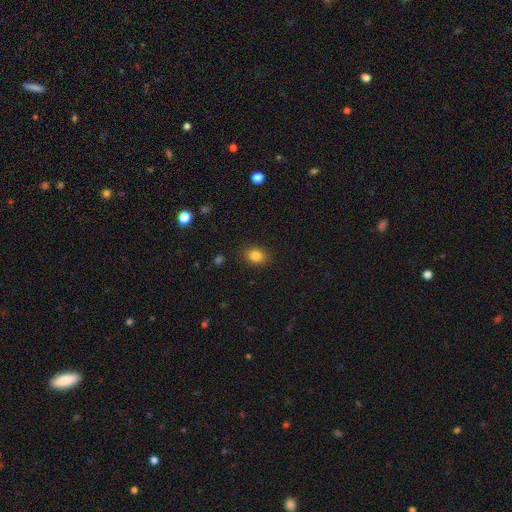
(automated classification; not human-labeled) smooth_or_featured: smooth (p=0.83) [alt: star or artifact p=0.11]
how_rounded: in between (p=0.51) [alt: round p=0.48]
merging: none (p=0.88) [alt: minor disturbance p=0.08]